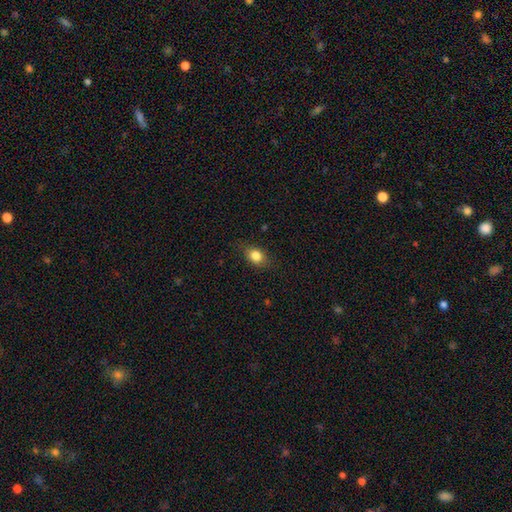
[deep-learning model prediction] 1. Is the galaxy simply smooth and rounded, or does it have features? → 82% smooth, 9% star or artifact, 9% featured or disk.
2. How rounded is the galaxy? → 66% in between, 31% round, 3% cigar-shaped.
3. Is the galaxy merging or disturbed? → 79% none, 17% minor disturbance, 4% major disturbance, 1% merger.